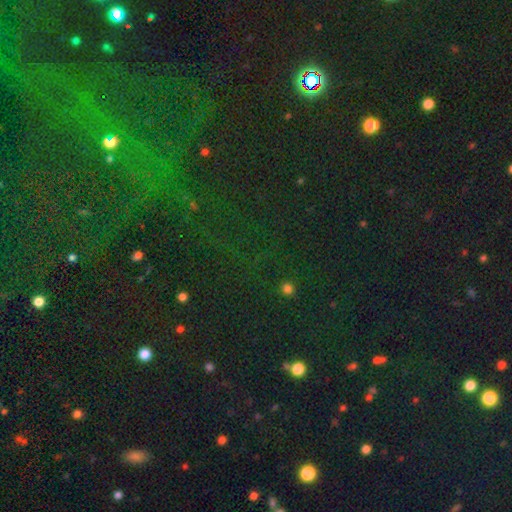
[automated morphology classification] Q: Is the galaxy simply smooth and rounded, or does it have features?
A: star or artifact — 77%.